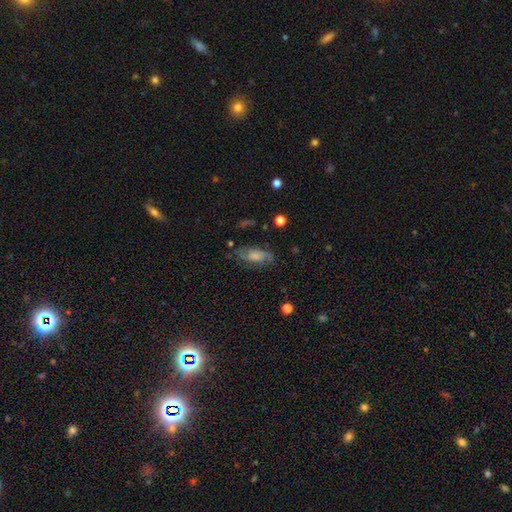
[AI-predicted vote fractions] Overall: featured or disk (50%; smooth 40%). Edge-on disk: no (90%). Merging: none (63%).